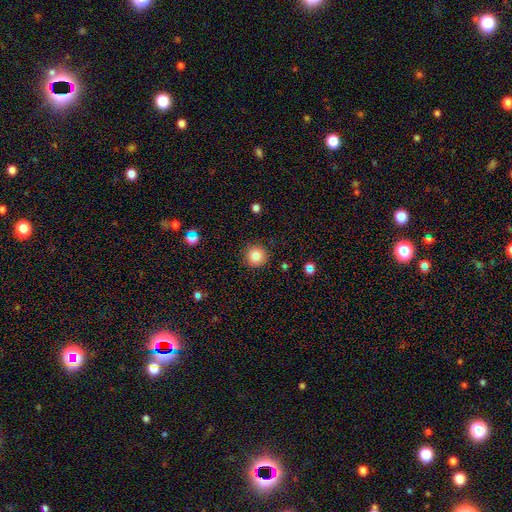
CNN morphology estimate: This is clearly a smooth galaxy (86%). How rounded: clearly round (94%). Merging: clearly none (89%).